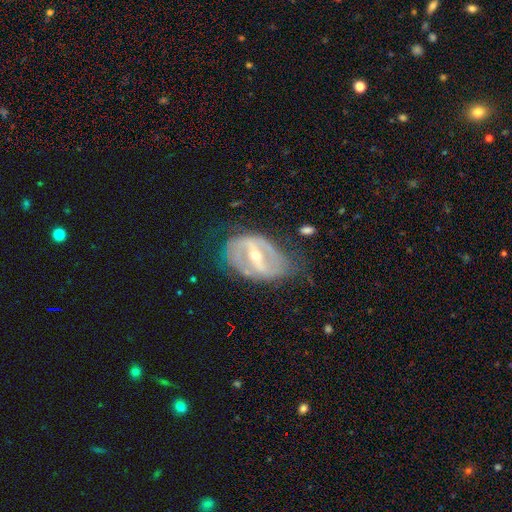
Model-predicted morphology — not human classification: This appears to be a featured or disk galaxy (85%) with a strong bar (70%), 2 (70%) medium (41%) spiral arms (76%) and a small central bulge (53%). Merging: none (54%).